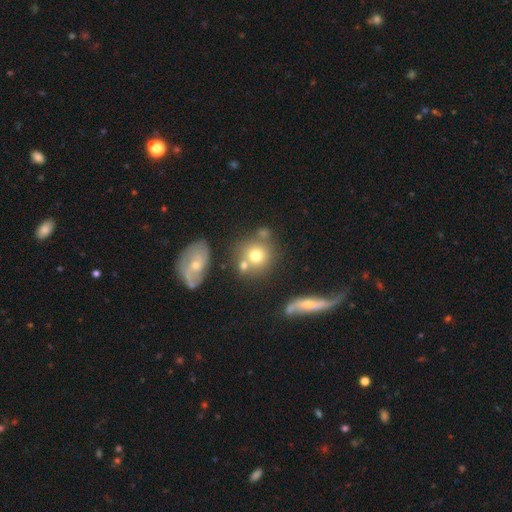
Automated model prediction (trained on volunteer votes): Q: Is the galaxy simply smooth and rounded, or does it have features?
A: smooth — 68%.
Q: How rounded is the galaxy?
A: round — 83%.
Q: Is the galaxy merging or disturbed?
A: none — 55%.